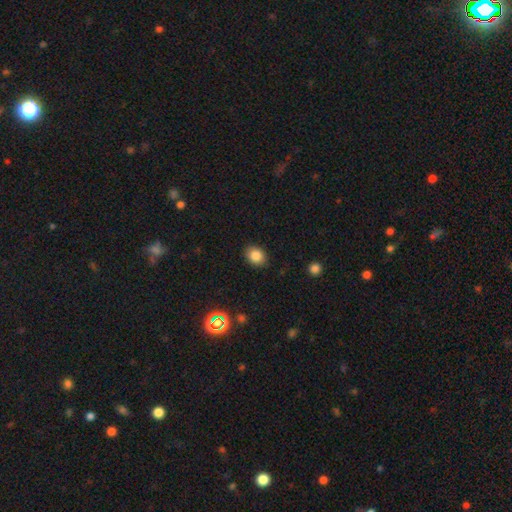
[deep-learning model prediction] smooth 83%, star or artifact 11%, featured or disk 6%. Down the decision tree: how rounded — in between (57%); merging — none (87%).